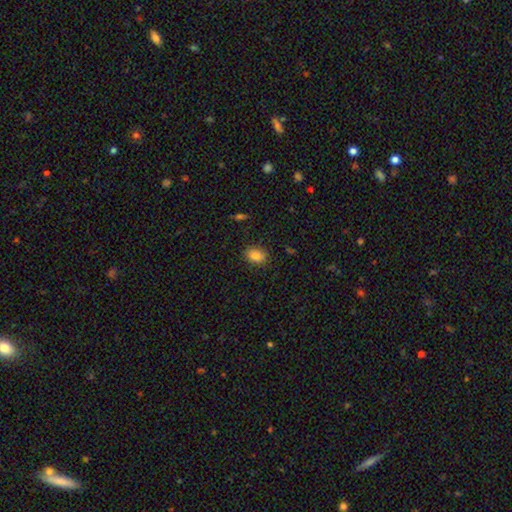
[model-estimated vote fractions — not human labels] smooth-or-featured: smooth: 84% | star or artifact: 10% | featured or disk: 6%
  how-rounded: in between: 74% | round: 24% | cigar-shaped: 2%
  merging: none: 85% | minor disturbance: 11% | major disturbance: 3% | merger: 1%